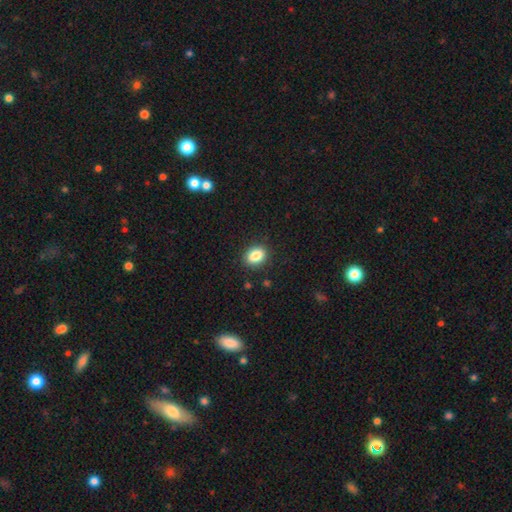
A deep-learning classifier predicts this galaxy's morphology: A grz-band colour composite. It shows a smooth galaxy with no disk features (85%) that is in between round and cigar-shaped (70%). Merging: none (88%).